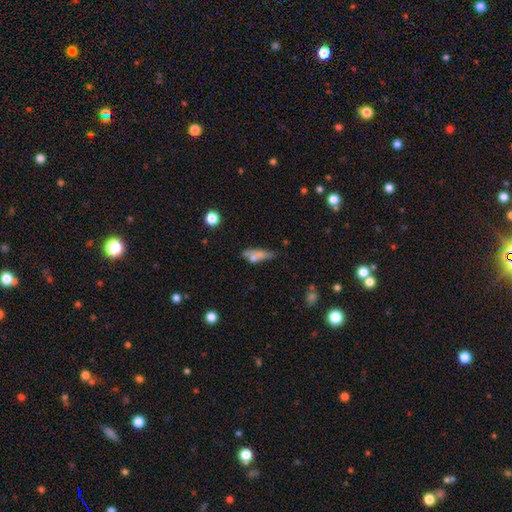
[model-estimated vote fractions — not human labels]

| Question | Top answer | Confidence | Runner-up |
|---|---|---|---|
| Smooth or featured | smooth | 64% | featured or disk (25%) |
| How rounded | in between | 48% | cigar-shaped (47%) |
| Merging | none | 39% | minor disturbance (28%) |